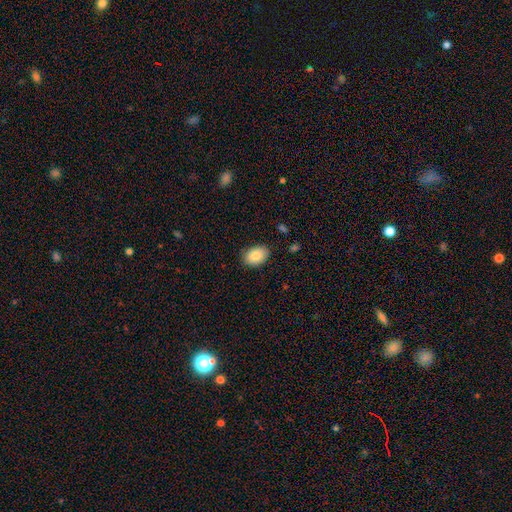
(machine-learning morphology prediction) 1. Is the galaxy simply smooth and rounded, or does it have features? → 85% smooth, 8% featured or disk, 7% star or artifact.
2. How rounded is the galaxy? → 83% in between, 16% round, 1% cigar-shaped.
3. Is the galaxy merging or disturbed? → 86% none, 11% minor disturbance, 2% major disturbance, 1% merger.